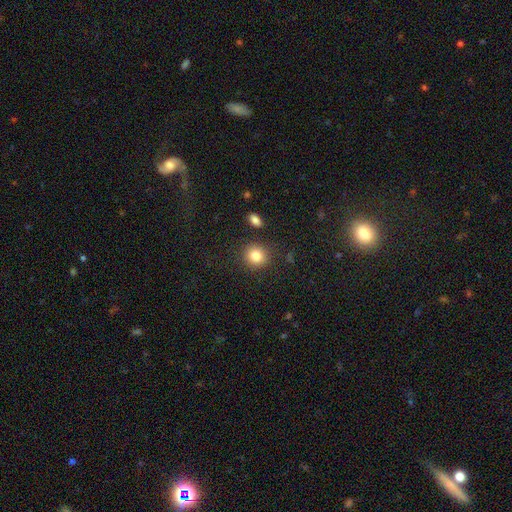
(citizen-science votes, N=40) Overall: smooth (95%). How rounded: round (82%). Merging: none (92%).